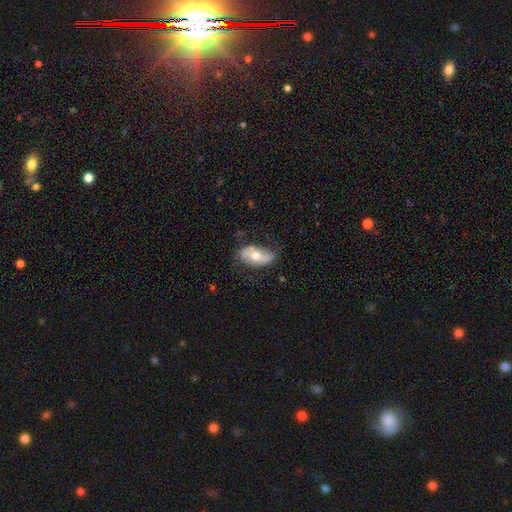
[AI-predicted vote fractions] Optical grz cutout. It shows a smooth galaxy with no disk features (50%) that is in between round and cigar-shaped (91%). Merging: none (65%).